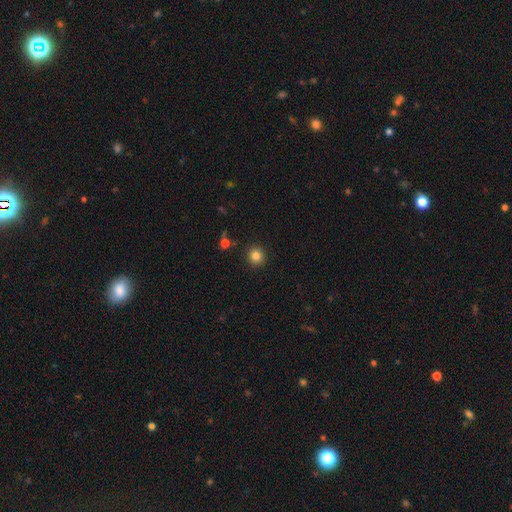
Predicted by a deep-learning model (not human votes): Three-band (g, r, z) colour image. It shows a smooth galaxy with no disk features (84%) that is round (91%). Merging: none (90%).